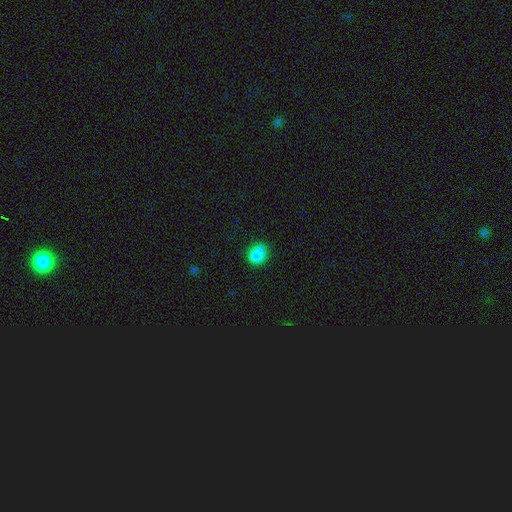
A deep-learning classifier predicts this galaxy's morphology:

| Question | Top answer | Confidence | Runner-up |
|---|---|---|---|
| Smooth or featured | smooth | 81% | star or artifact (11%) |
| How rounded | round | 61% | in between (38%) |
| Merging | none | 55% | minor disturbance (24%) |